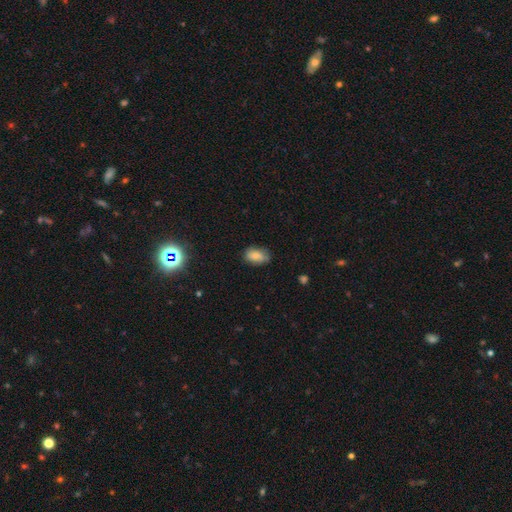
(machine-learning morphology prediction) This is likely a smooth galaxy (79%). How rounded: clearly in between (87%). Merging: likely none (67%).